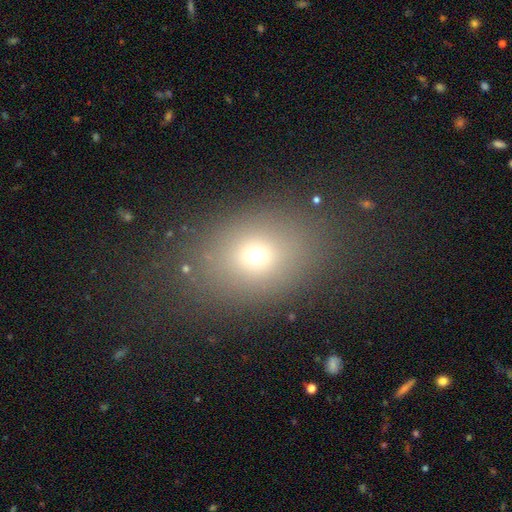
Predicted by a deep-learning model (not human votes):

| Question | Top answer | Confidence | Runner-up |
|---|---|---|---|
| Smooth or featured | smooth | 67% | star or artifact (20%) |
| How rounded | in between | 62% | round (36%) |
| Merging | none | 80% | minor disturbance (11%) |